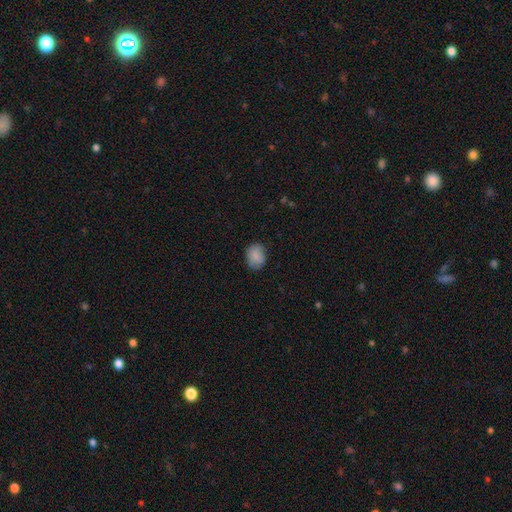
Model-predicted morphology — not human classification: The model was most divided on "how rounded": in between: 60%, round: 39%, cigar-shaped: 1%. More confident: smooth or featured — smooth (84%); merging — none (81%).